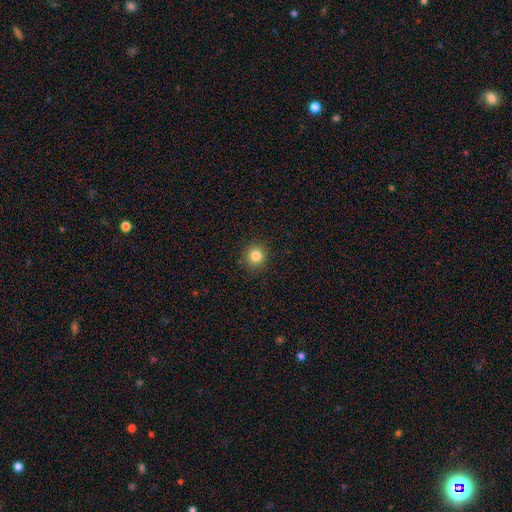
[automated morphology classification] Smooth or featured: smooth — 84% (star or artifact — 11%)
How rounded: round — 92% (in between — 8%)
Merging: none — 90% (minor disturbance — 7%)